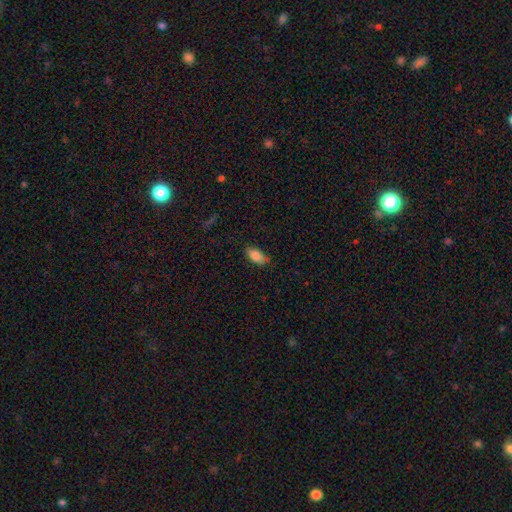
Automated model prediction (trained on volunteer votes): A smooth galaxy with no disk features (85%) that is in between round and cigar-shaped (90%).

Vote fractions:
- Smooth or featured? smooth: 85% / featured or disk: 8% / star or artifact: 7%
- How rounded? in between: 90% / cigar-shaped: 7% / round: 3%
- Merging? none: 74% / minor disturbance: 22% / major disturbance: 3% / merger: 1%